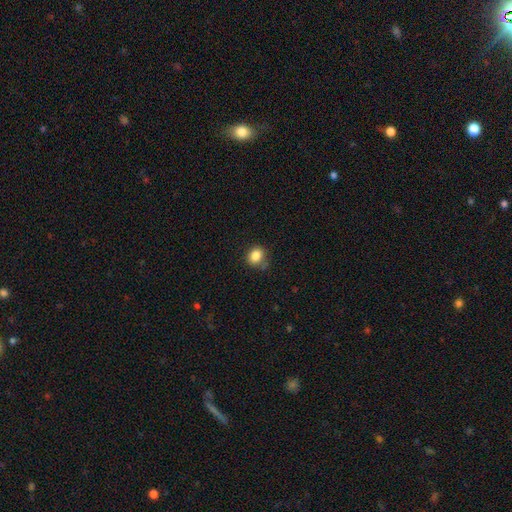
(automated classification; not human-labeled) Smooth or featured: smooth — 85% (star or artifact — 11%)
How rounded: round — 70% (in between — 29%)
Merging: none — 75% (minor disturbance — 17%)